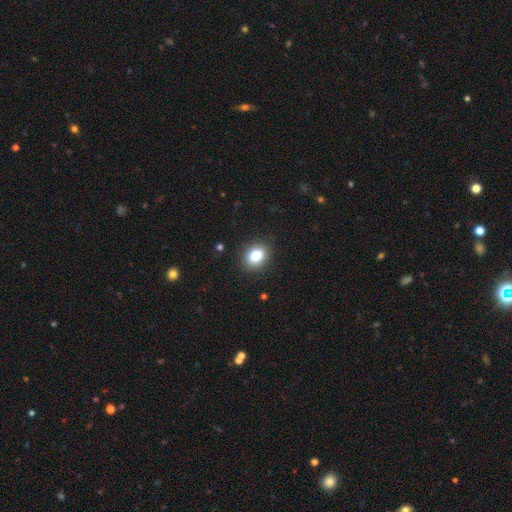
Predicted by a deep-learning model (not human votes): This is clearly a smooth galaxy (84%). How rounded: likely in between (60%). Merging: clearly none (88%).